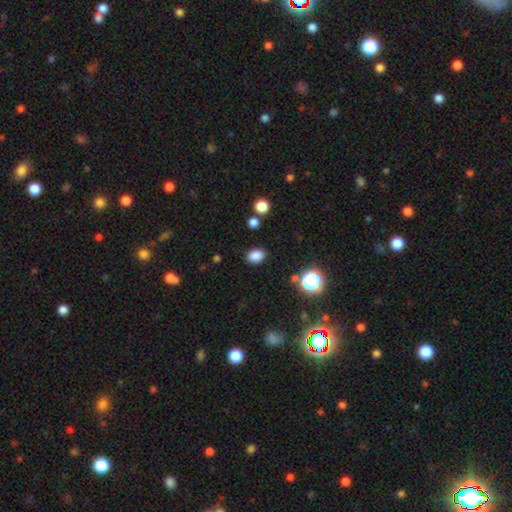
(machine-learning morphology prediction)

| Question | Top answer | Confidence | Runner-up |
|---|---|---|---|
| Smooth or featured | smooth | 84% | star or artifact (12%) |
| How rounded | in between | 63% | round (36%) |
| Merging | none | 86% | minor disturbance (9%) |